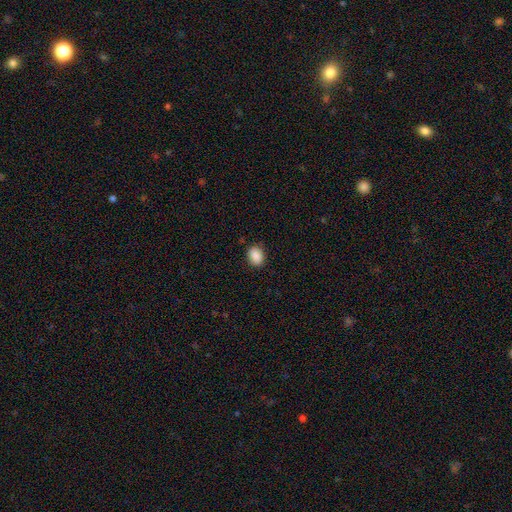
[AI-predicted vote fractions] smooth 89%, star or artifact 8%, featured or disk 4%. Down the decision tree: how rounded — in between (65%); merging — none (86%).